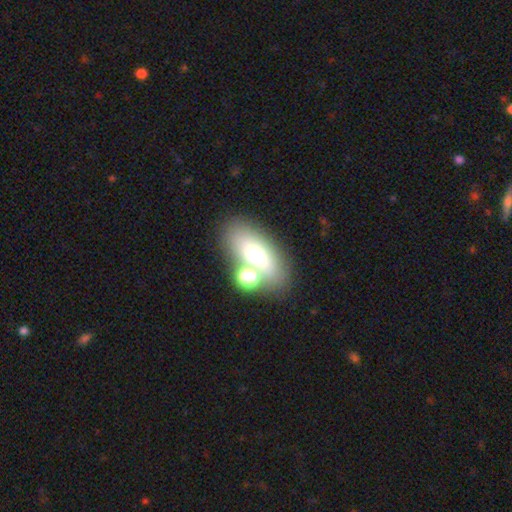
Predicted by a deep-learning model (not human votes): This appears to be a smooth galaxy with no disk features (65%) that is in between round and cigar-shaped (81%). Merging: none (64%).